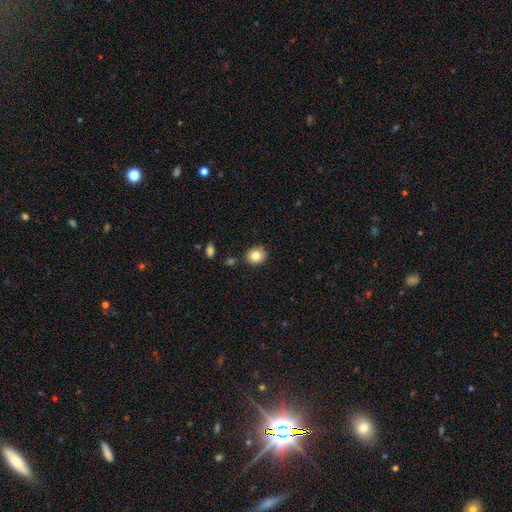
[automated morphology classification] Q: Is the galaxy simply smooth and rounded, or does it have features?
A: smooth — 83%.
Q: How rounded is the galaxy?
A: round — 73%.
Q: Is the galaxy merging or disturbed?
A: none — 84%.